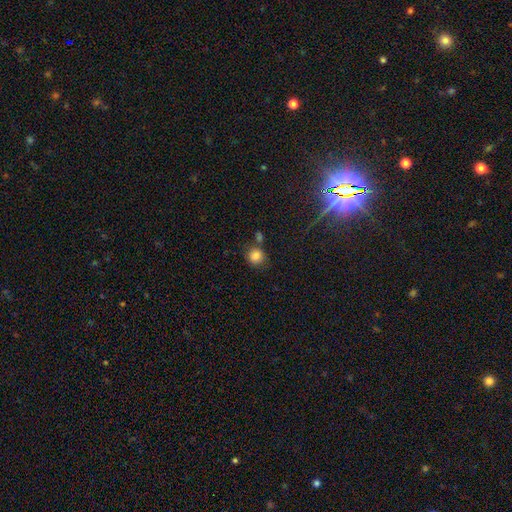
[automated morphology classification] This is clearly a smooth galaxy (83%). How rounded: clearly round (88%). Merging: likely none (68%).